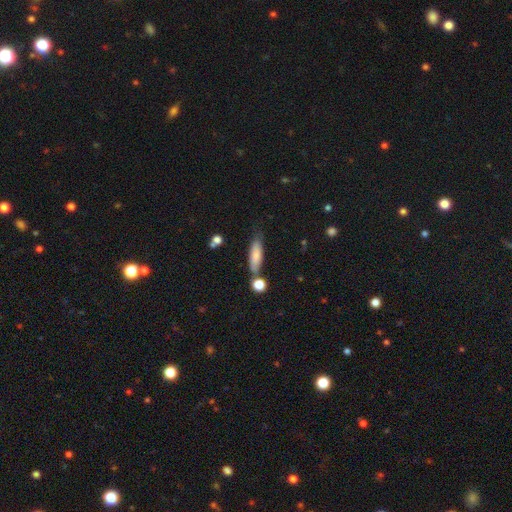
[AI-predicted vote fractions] Smooth or featured? Predicted: smooth (p=0.75). How rounded? Predicted: cigar-shaped (p=0.57). Merging? Predicted: none (p=0.66).